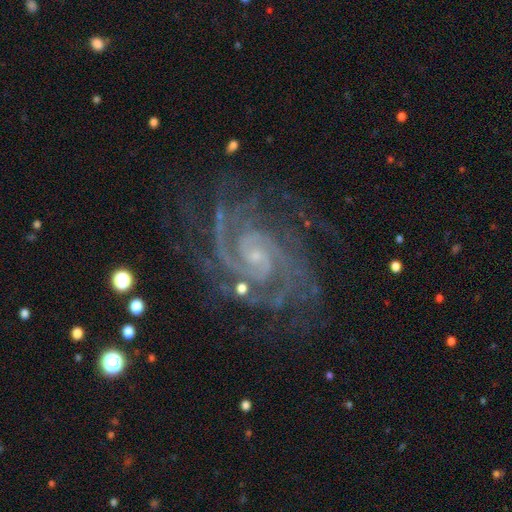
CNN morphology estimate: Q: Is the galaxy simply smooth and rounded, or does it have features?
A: featured or disk — 93%.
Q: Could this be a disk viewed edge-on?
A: no — 98%.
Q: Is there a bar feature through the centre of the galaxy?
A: no — 62%.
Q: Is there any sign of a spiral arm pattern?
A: yes — 99%.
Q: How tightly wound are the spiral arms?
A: tight — 65%.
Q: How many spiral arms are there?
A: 2 — 58%.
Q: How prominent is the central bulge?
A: small — 80%.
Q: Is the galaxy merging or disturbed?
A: none — 72%.